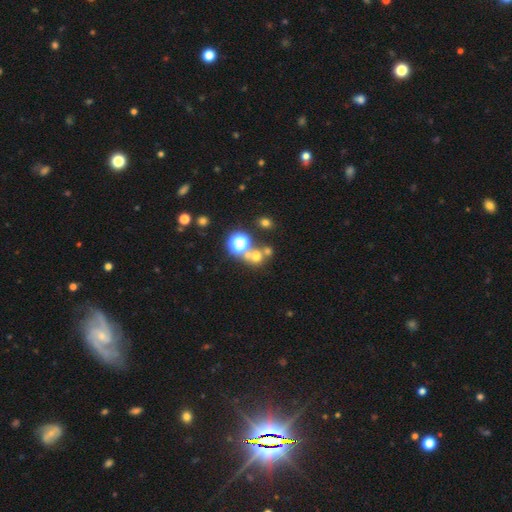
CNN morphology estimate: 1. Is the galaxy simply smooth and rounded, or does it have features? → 54% smooth, 33% star or artifact, 13% featured or disk.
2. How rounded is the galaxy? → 79% round, 20% in between, 1% cigar-shaped.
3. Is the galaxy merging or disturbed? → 51% none, 35% merger, 9% minor disturbance, 6% major disturbance.